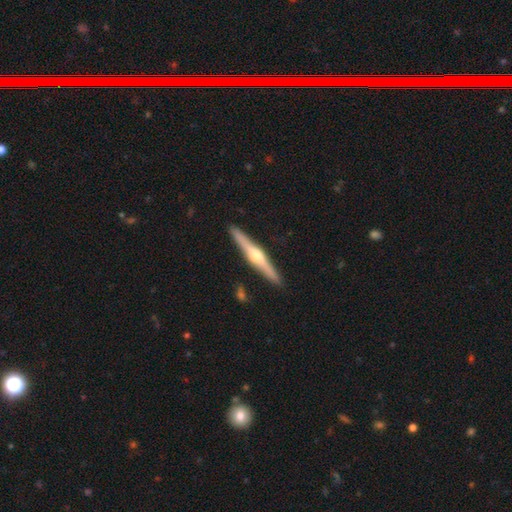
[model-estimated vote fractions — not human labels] This appears to be a featured or disk galaxy (76%) viewed edge-on (98%) with a rounded central bulge (93%). Merging: none (92%).